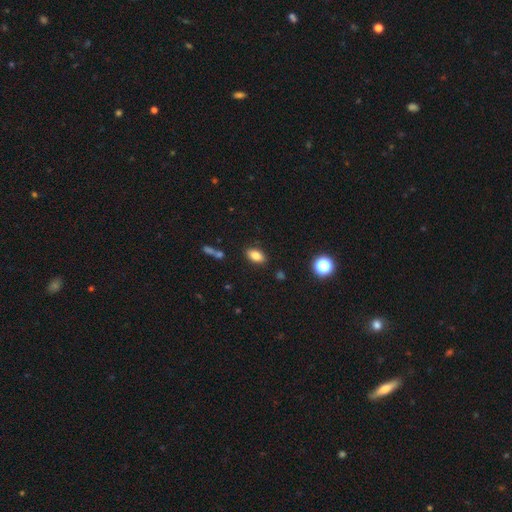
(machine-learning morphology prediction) smooth-or-featured: smooth: 81% | star or artifact: 10% | featured or disk: 9%
  how-rounded: in between: 88% | round: 8% | cigar-shaped: 4%
  merging: none: 86% | minor disturbance: 9% | major disturbance: 2% | merger: 2%